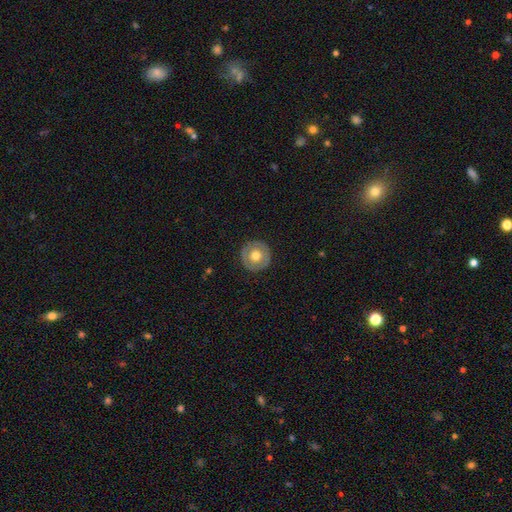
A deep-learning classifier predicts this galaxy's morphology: smooth_or_featured: smooth (p=0.58) [alt: featured or disk p=0.36]
how_rounded: round (p=0.96) [alt: in between p=0.03]
merging: none (p=0.90) [alt: minor disturbance p=0.07]